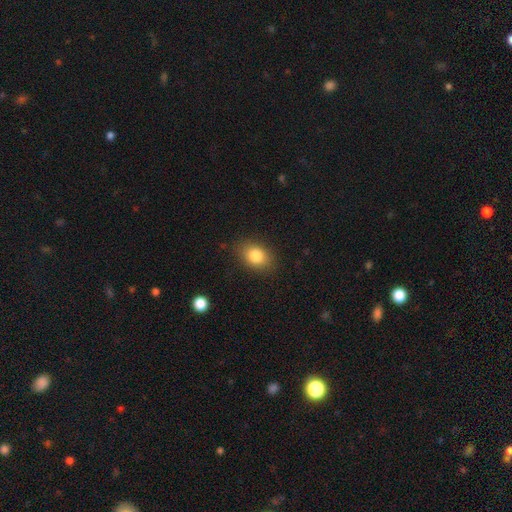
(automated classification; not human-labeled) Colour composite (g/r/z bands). It shows a smooth galaxy with no disk features (83%) that is in between round and cigar-shaped (72%). Merging: none (84%).